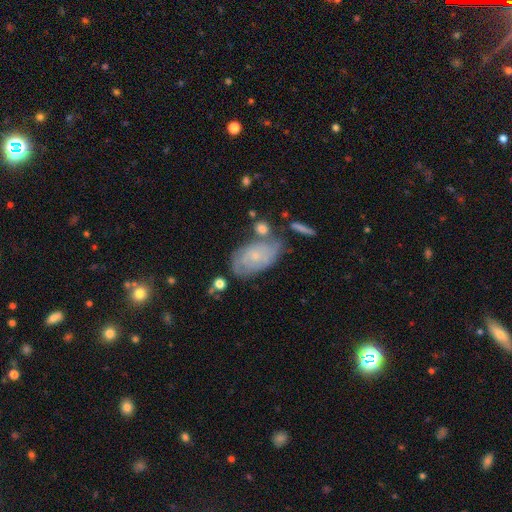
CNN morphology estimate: A featured or disk galaxy (60%) with no bar (77%), spiral arms (79%) and a small central bulge (75%). Merging: none (58%).